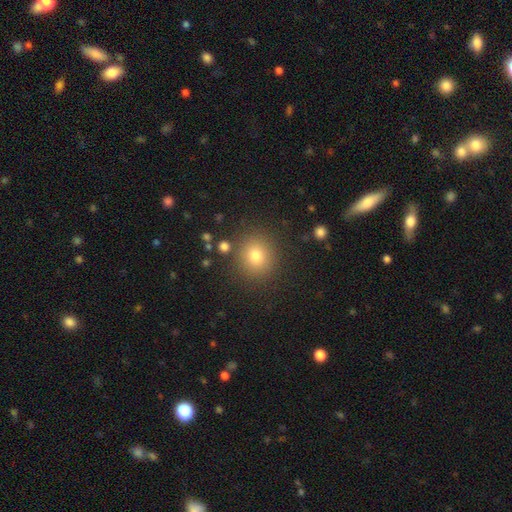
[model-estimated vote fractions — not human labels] Smooth or featured? smooth (77%)
How rounded? round (88%)
Merging? none (87%)